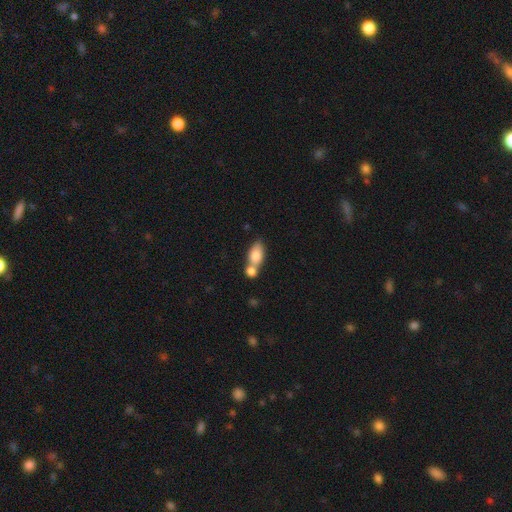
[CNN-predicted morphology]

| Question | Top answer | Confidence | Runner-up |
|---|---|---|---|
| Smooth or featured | smooth | 80% | featured or disk (13%) |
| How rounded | in between | 84% | round (10%) |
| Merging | merger | 54% | none (32%) |